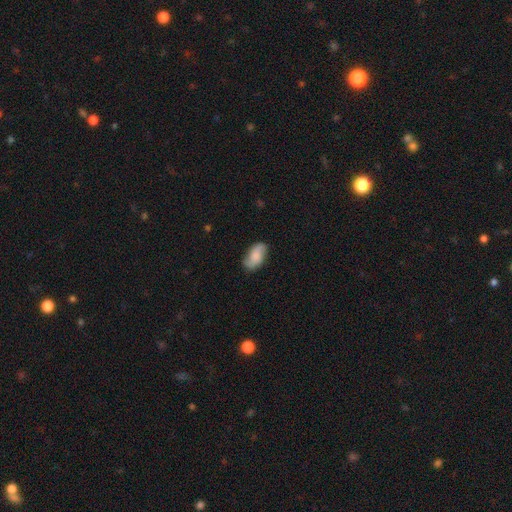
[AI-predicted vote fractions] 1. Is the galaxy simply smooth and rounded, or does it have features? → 51% smooth, 41% featured or disk, 8% star or artifact.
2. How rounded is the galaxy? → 93% in between, 4% round, 3% cigar-shaped.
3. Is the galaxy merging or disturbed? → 78% none, 16% minor disturbance, 4% major disturbance, 1% merger.